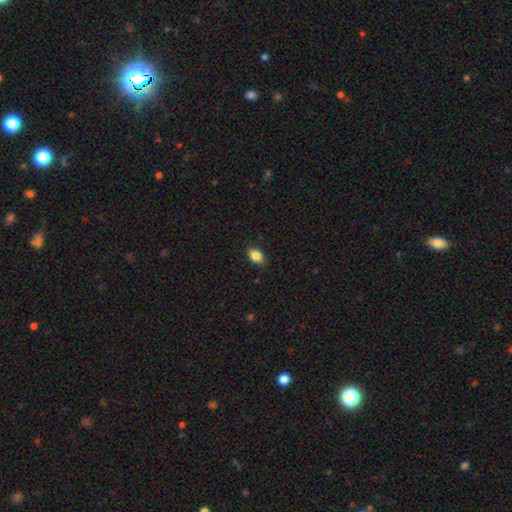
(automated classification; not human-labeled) Smooth or featured? Predicted: smooth (p=0.85). How rounded? Predicted: in between (p=0.83). Merging? Predicted: none (p=0.85).